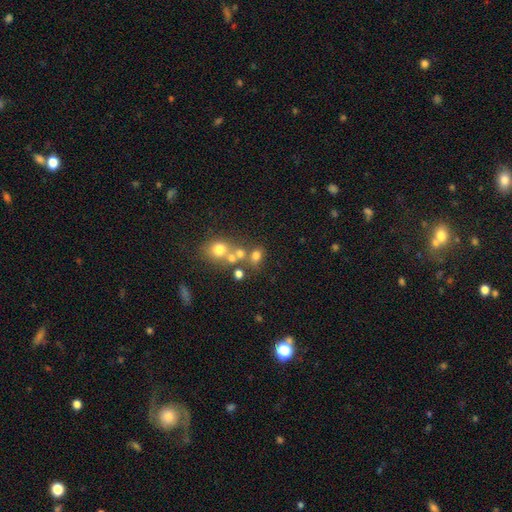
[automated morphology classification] This appears to be a smooth galaxy with no disk features (68%) that is round (56%). Merging: none (48%).